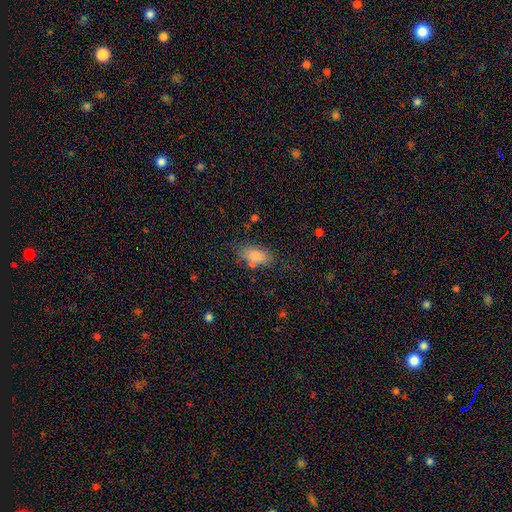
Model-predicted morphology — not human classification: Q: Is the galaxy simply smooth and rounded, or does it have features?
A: smooth — 82%.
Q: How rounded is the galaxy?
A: in between — 89%.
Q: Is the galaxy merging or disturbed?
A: none — 63%.